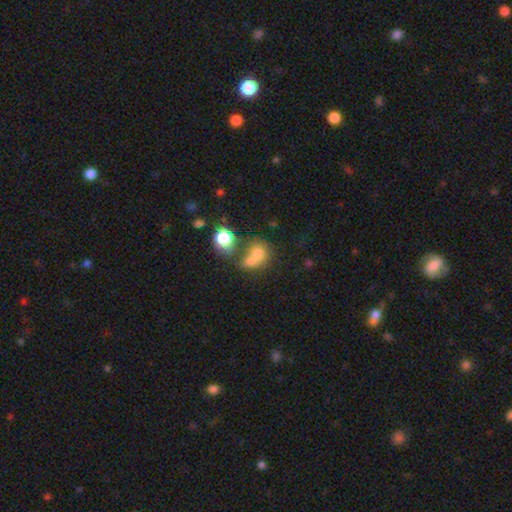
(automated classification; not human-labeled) Smooth or featured? smooth (71%)
How rounded? round (59%)
Merging? merger (57%)